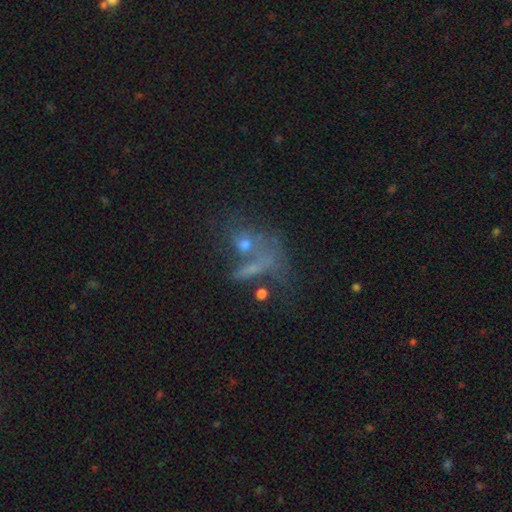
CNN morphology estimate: A featured or disk galaxy (36%).

Vote fractions:
- Smooth or featured? featured or disk: 36% / smooth: 34% / star or artifact: 30%
- Merging? merger: 33% / none: 32% / major disturbance: 23% / minor disturbance: 12%